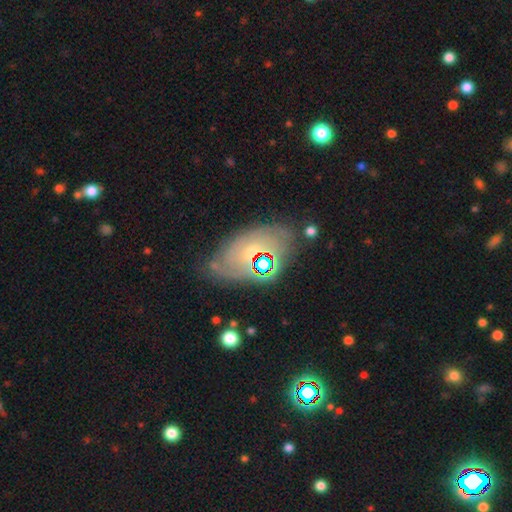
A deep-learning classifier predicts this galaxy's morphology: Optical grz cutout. It shows a featured or disk galaxy (61%) with no bar (63%), spiral arms (78%) and a small central bulge (49%). Merging: none (70%).